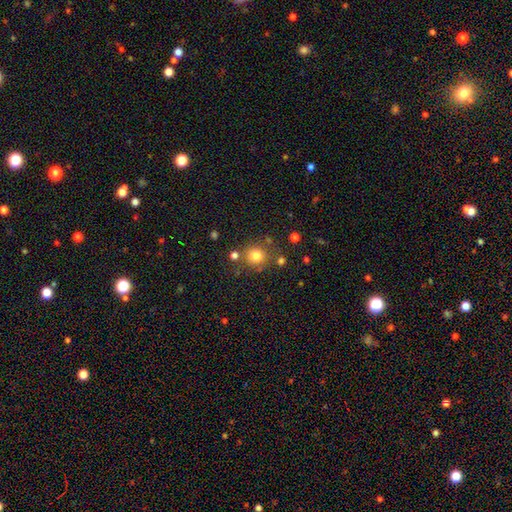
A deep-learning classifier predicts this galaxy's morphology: A smooth galaxy with no disk features (79%) that is round (90%). Merging: none (76%).